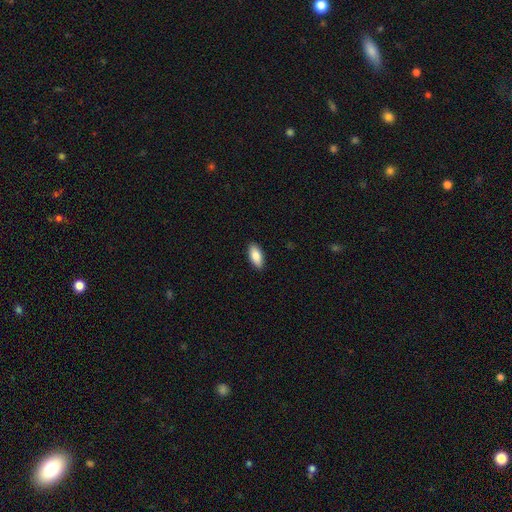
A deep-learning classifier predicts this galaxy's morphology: smooth-or-featured: smooth: 86% | featured or disk: 8% | star or artifact: 6%
  how-rounded: in between: 87% | cigar-shaped: 11% | round: 2%
  merging: none: 90% | minor disturbance: 7% | major disturbance: 2% | merger: 1%